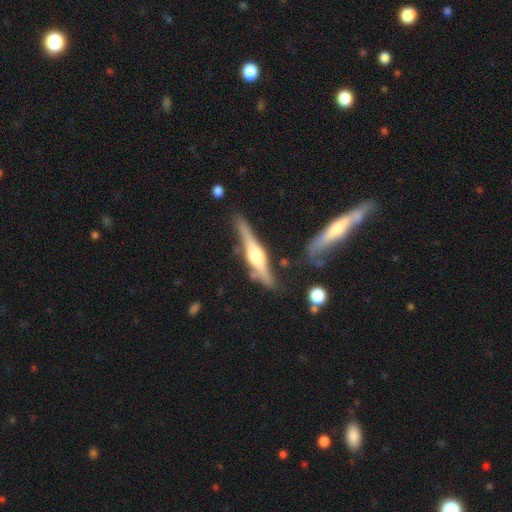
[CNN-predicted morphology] Smooth or featured? featured or disk (75%)
Edge-on disk? yes (97%)
Edge-on bulge? rounded (87%)
Merging? none (75%)